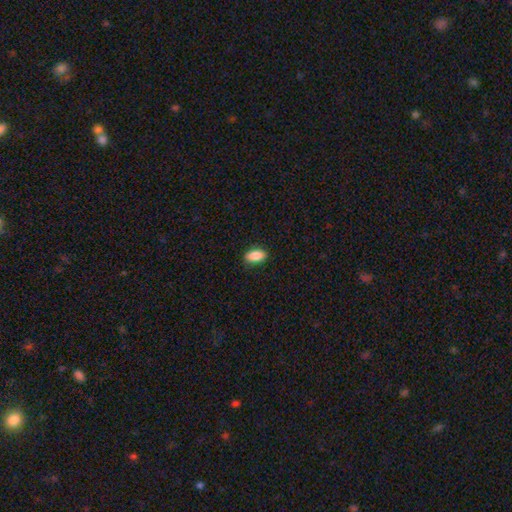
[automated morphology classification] This is clearly a smooth galaxy (88%). How rounded: clearly in between (89%). Merging: clearly none (86%).